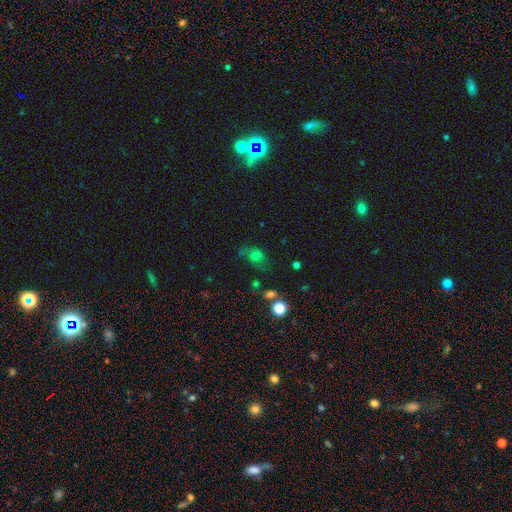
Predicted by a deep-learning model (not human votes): A smooth galaxy with no disk features (53%) that is in between round and cigar-shaped (60%). Merging: none (45%).